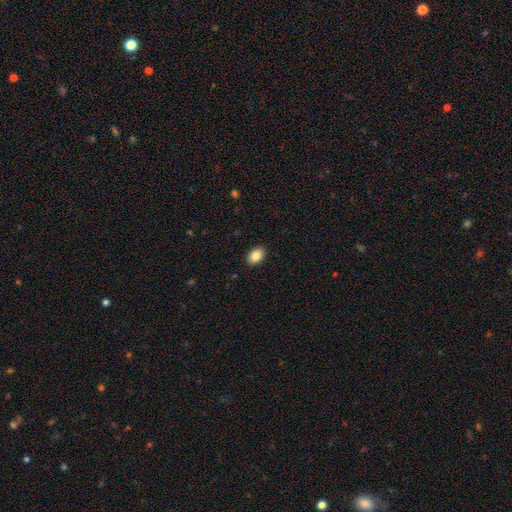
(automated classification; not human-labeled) smooth-or-featured: smooth: 87% | star or artifact: 8% | featured or disk: 6%
  how-rounded: in between: 86% | round: 13% | cigar-shaped: 1%
  merging: none: 90% | minor disturbance: 7% | major disturbance: 2% | merger: 1%